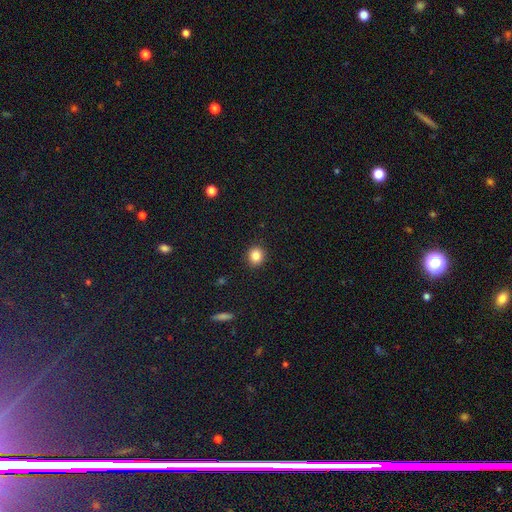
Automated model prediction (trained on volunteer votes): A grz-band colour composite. It shows a smooth galaxy with no disk features (84%) that is round (80%). Merging: none (91%).